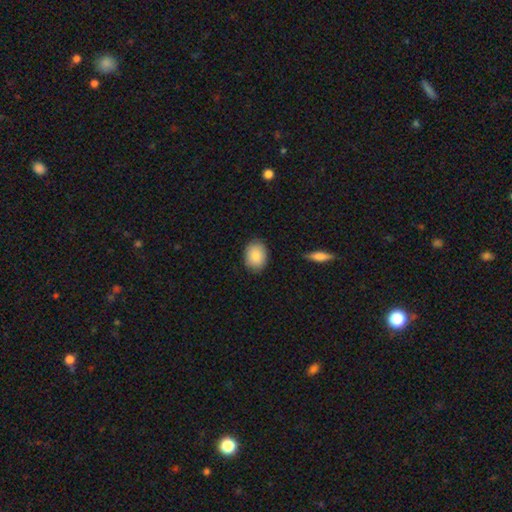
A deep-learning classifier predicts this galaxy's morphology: Overall: smooth (86%). How rounded: in between (65%; round 34%). Merging: none (85%).